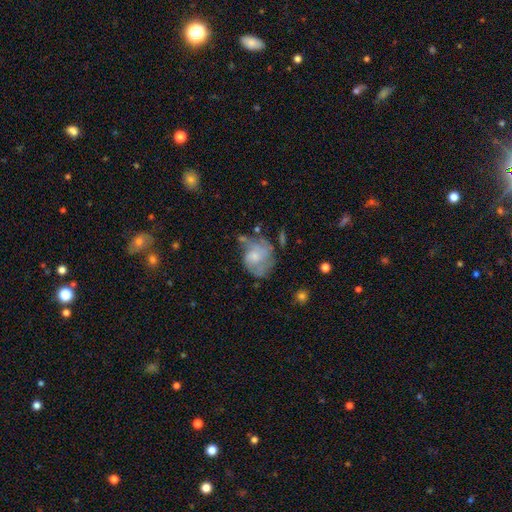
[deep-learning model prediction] Q: Smooth or featured?
A: featured or disk (54%); runner-up: smooth (38%)
Q: Edge-on disk?
A: no (98%); runner-up: yes (2%)
Q: Bar?
A: no (74%); runner-up: weak (23%)
Q: Spiral arms?
A: yes (70%); runner-up: no (30%)
Q: Bulge size?
A: small (51%); runner-up: moderate (33%)
Q: Merging?
A: none (36%); runner-up: minor disturbance (29%)